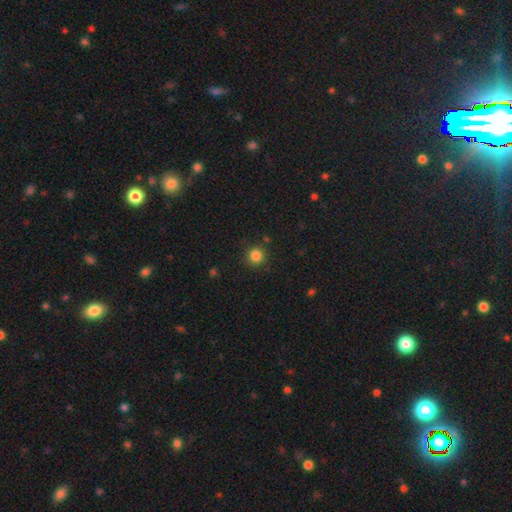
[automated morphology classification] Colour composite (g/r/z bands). It shows a smooth galaxy with no disk features (84%) that is round (94%). Merging: none (89%).